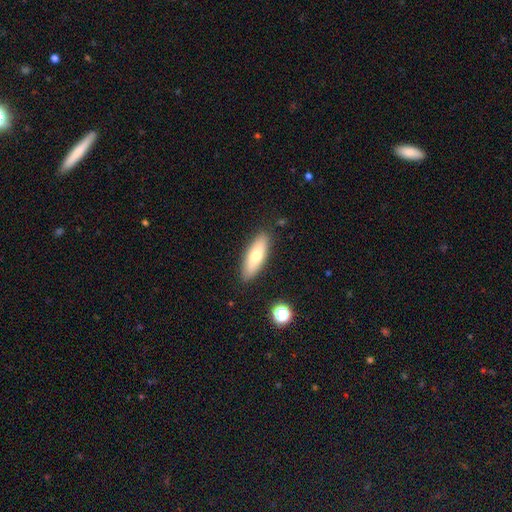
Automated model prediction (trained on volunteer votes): A smooth galaxy with no disk features (70%) that is in between round and cigar-shaped (53%).

Vote fractions:
- Smooth or featured? smooth: 70% / featured or disk: 24% / star or artifact: 6%
- How rounded? in between: 53% / cigar-shaped: 45% / round: 2%
- Merging? none: 87% / minor disturbance: 9% / major disturbance: 2% / merger: 2%